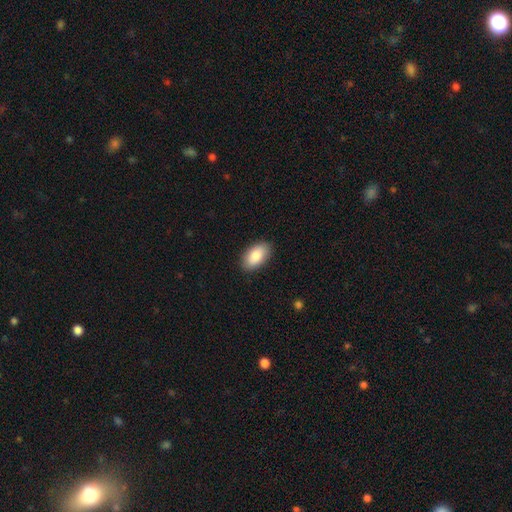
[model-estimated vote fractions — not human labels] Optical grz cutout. It shows a smooth galaxy with no disk features (86%) that is in between round and cigar-shaped (94%). Merging: none (89%).